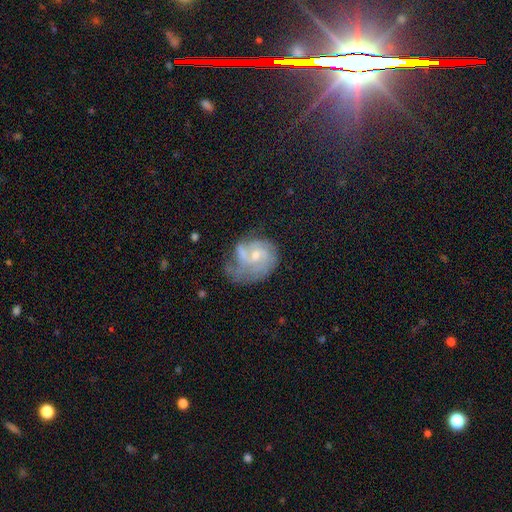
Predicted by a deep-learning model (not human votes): Smooth or featured: featured or disk — 75% (smooth — 18%)
Edge-on disk: no — 98% (yes — 2%)
Bar: no — 59% (weak — 37%)
Spiral arms: yes — 88% (no — 12%)
Spiral winding: tight — 47% (medium — 38%)
Spiral arm count: can't tell — 31% (2 — 29%)
Bulge size: small — 50% (moderate — 43%)
Merging: none — 39% (major disturbance — 28%)